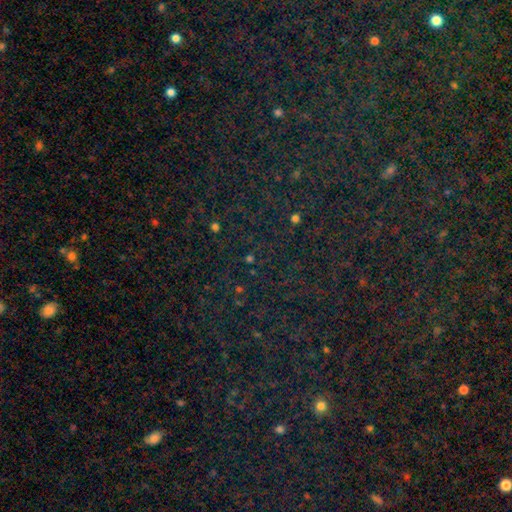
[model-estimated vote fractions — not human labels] Q: Smooth or featured?
A: star or artifact (81%); runner-up: smooth (12%)